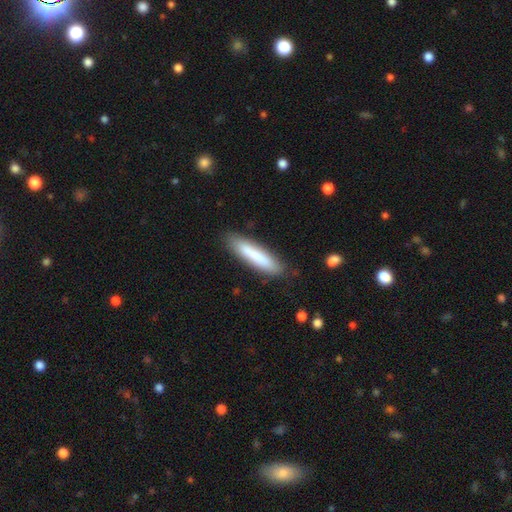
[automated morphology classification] Smooth or featured: smooth — 77% (featured or disk — 17%)
How rounded: cigar-shaped — 84% (in between — 14%)
Merging: none — 83% (minor disturbance — 12%)